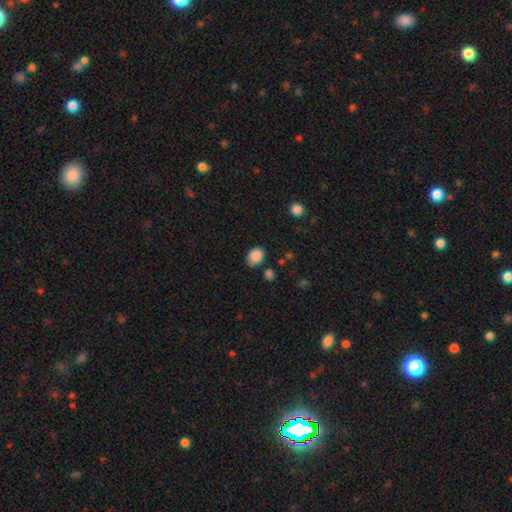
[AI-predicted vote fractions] Smooth or featured? smooth (87%)
How rounded? round (54%)
Merging? none (70%)